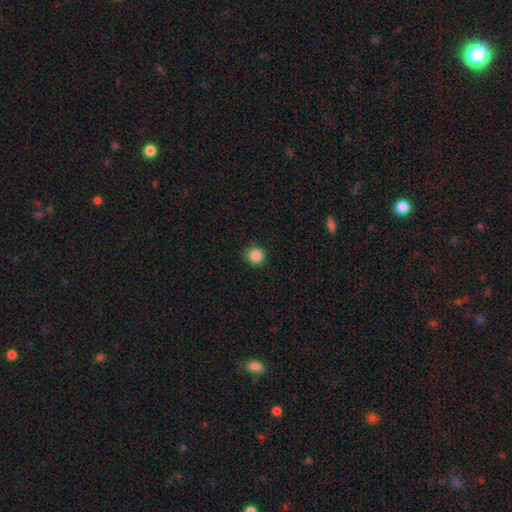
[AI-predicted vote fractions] This appears to be a smooth galaxy with no disk features (86%) that is round (94%). Merging: none (85%).